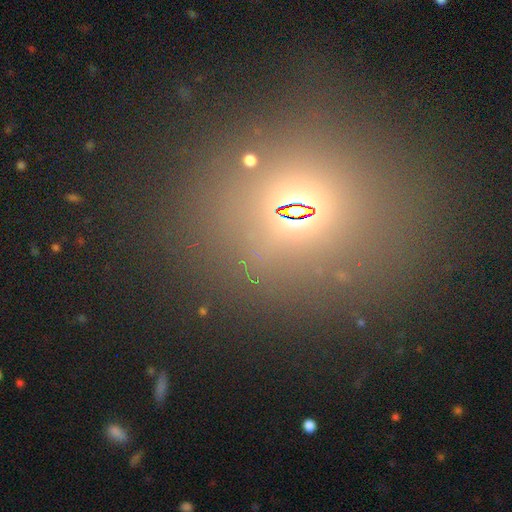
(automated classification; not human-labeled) Morphology: type=star or artifact (46%).